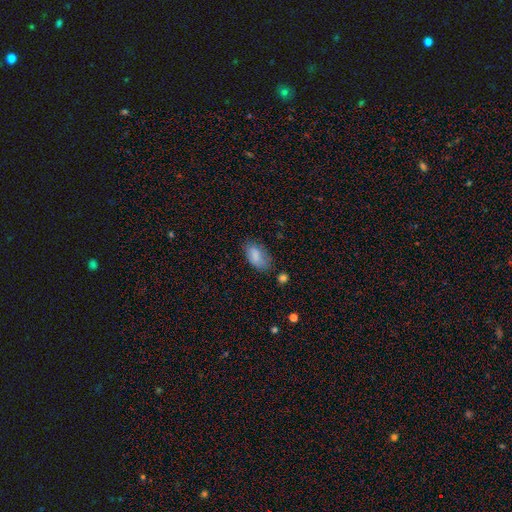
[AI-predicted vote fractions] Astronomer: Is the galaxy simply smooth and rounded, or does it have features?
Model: smooth — 83%.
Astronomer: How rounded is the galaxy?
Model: in between — 93%.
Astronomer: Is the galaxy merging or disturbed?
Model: none — 60%.